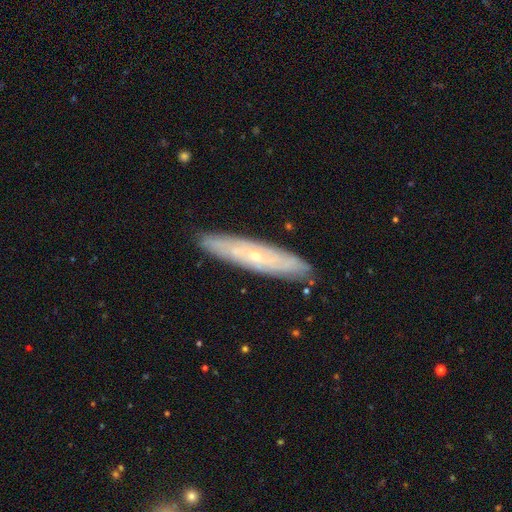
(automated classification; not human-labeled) Q: Smooth or featured?
A: featured or disk (65%); runner-up: smooth (27%)
Q: Edge-on disk?
A: no (51%); runner-up: yes (49%)
Q: Merging?
A: none (87%); runner-up: minor disturbance (10%)